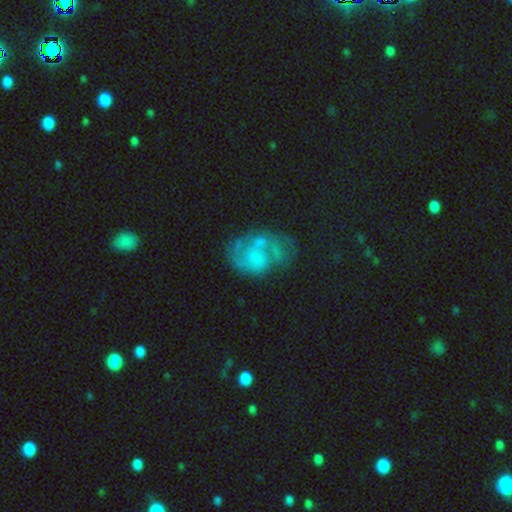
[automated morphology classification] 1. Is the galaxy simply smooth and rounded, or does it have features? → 62% featured or disk, 28% smooth, 10% star or artifact.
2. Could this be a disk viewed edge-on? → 98% no, 2% yes.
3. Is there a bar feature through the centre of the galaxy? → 80% no, 17% weak, 3% strong.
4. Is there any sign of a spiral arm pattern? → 51% yes, 49% no.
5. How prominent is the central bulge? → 44% none, 24% small, 23% moderate, 7% large, 2% dominant.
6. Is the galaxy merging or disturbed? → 35% none, 27% major disturbance, 19% minor disturbance, 19% merger.